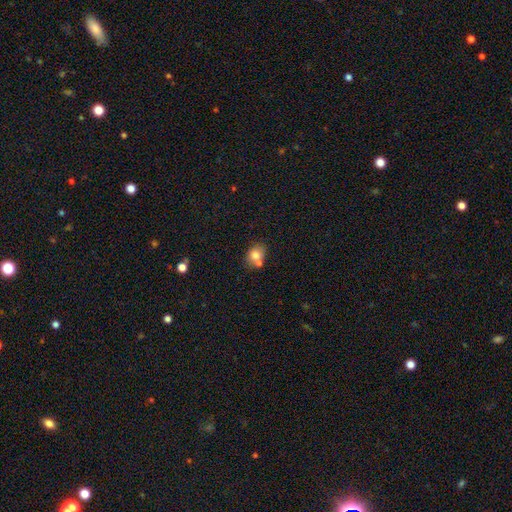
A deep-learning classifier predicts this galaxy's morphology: type=smooth (77%); roundness=round (52%); merging=none (57%).